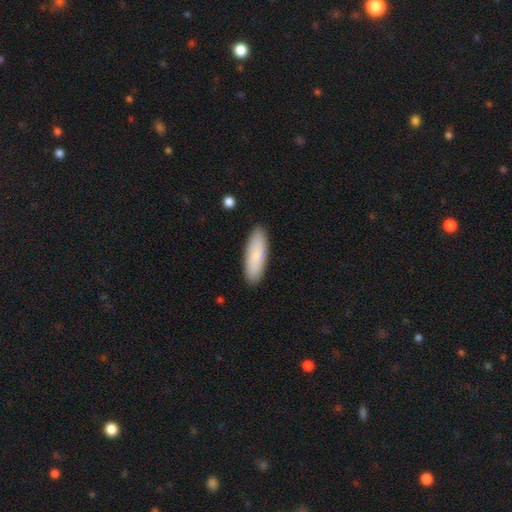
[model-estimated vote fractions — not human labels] A smooth galaxy with no disk features (85%) that is in between round and cigar-shaped (54%).

Vote fractions:
- Smooth or featured? smooth: 85% / featured or disk: 9% / star or artifact: 6%
- How rounded? in between: 54% / cigar-shaped: 44% / round: 2%
- Merging? none: 89% / minor disturbance: 8% / major disturbance: 2% / merger: 1%